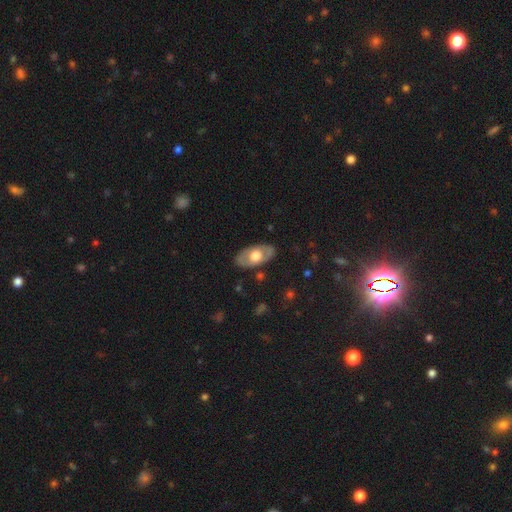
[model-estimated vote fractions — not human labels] This appears to be a smooth galaxy with no disk features (49%). Merging: none (83%).